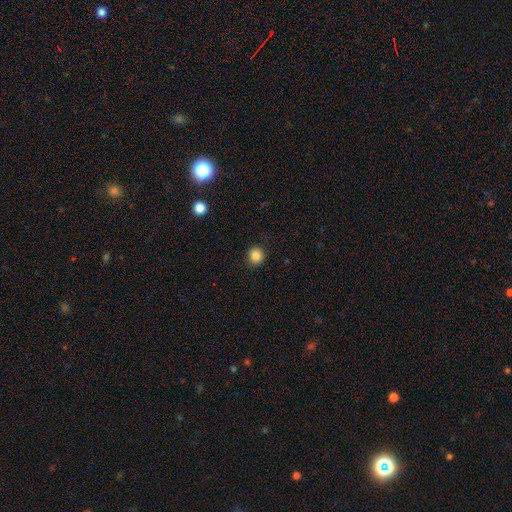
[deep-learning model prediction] smooth-or-featured: smooth: 85% | star or artifact: 11% | featured or disk: 5%
  how-rounded: round: 90% | in between: 9% | cigar-shaped: 1%
  merging: none: 90% | minor disturbance: 7% | major disturbance: 2% | merger: 1%